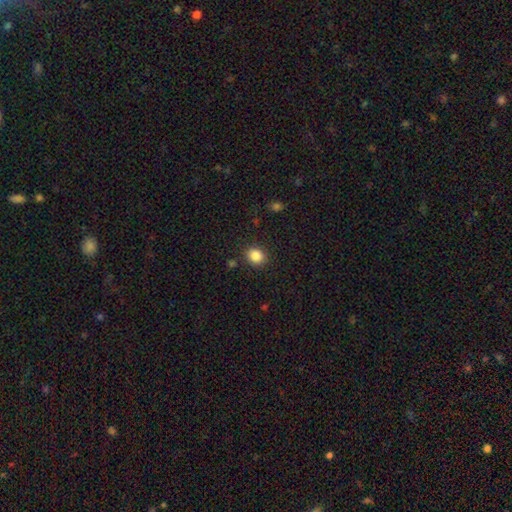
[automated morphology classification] Smooth or featured? Predicted: smooth (p=0.86). How rounded? Predicted: round (p=0.69). Merging? Predicted: none (p=0.87).